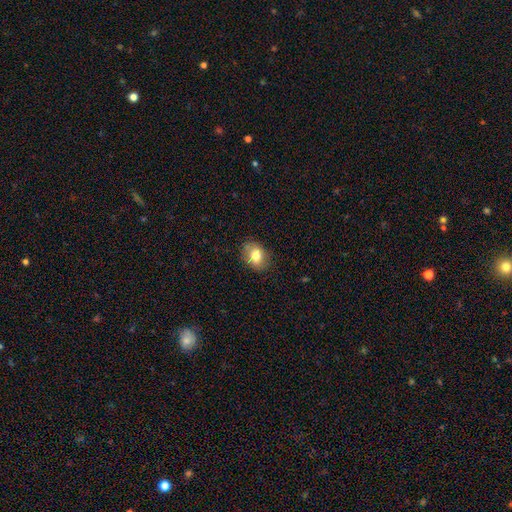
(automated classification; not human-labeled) A smooth galaxy with no disk features (76%) that is in between round and cigar-shaped (67%). Merging: none (82%).